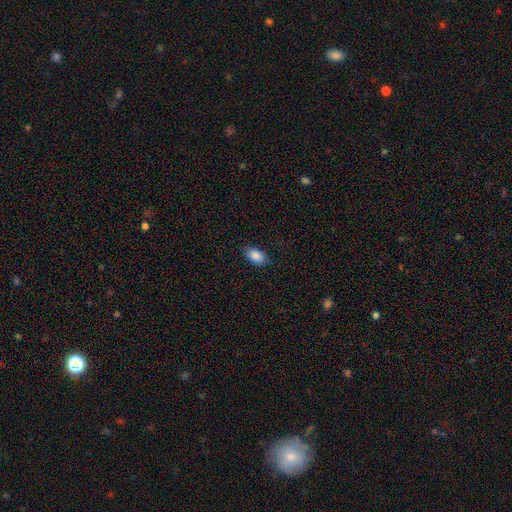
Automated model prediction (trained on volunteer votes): Morphology: type=smooth (89%); roundness=in between (92%); merging=none (85%).